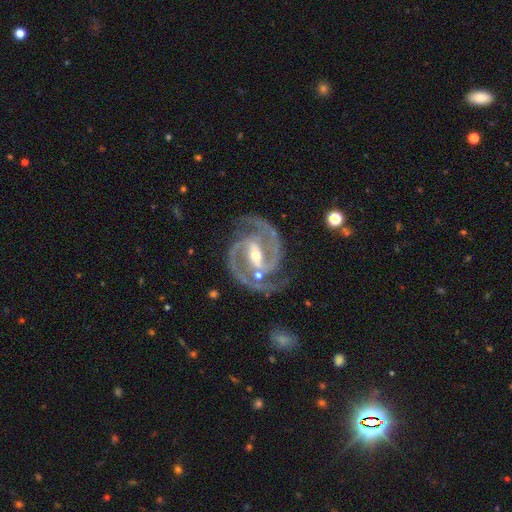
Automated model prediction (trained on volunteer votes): The model was most divided on "spiral winding": medium: 48%, tight: 47%, loose: 5%. Remaining: spiral arms — yes (99%); edge-on disk — no (98%); smooth or featured — featured or disk (94%); spiral arm count — 2 (91%); merging — none (80%); bar — strong (65%); bulge size — moderate (49%).